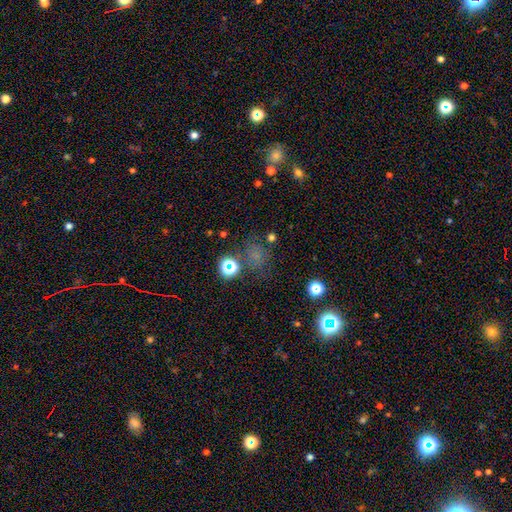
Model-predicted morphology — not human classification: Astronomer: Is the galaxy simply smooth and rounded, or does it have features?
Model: smooth — 45%, tied with star or artifact at 45%.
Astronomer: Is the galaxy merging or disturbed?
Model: none — 71%.